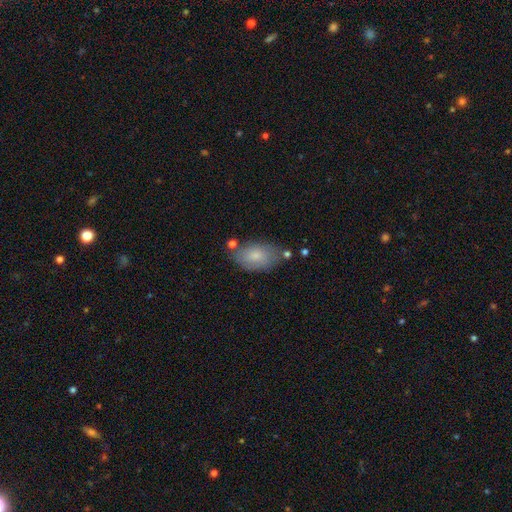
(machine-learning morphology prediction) Smooth or featured? smooth (77%)
How rounded? in between (93%)
Merging? none (66%)